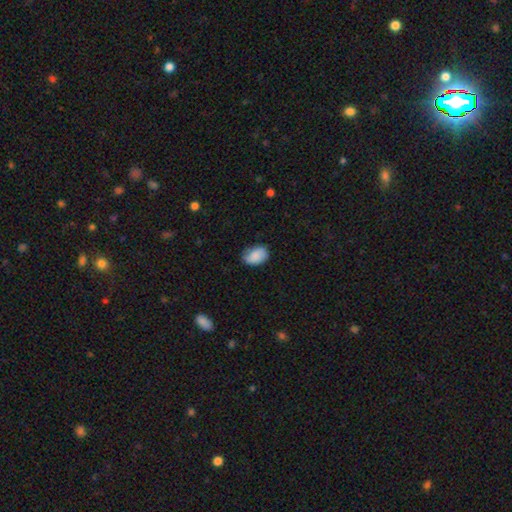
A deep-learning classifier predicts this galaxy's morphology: A smooth galaxy with no disk features (82%) that is in between round and cigar-shaped (84%). Merging: none (65%).